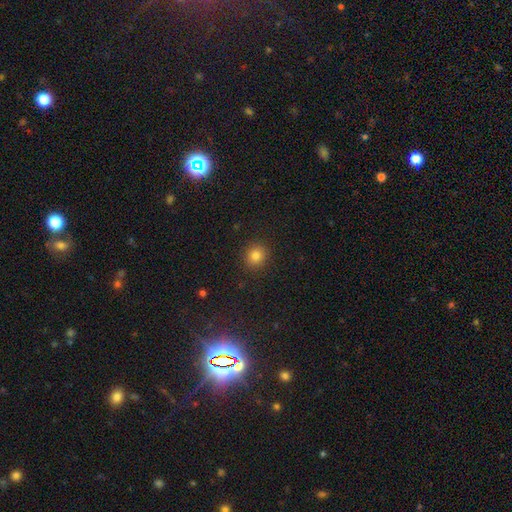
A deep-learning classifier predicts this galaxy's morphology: Smooth or featured? smooth (82%)
How rounded? round (88%)
Merging? none (91%)